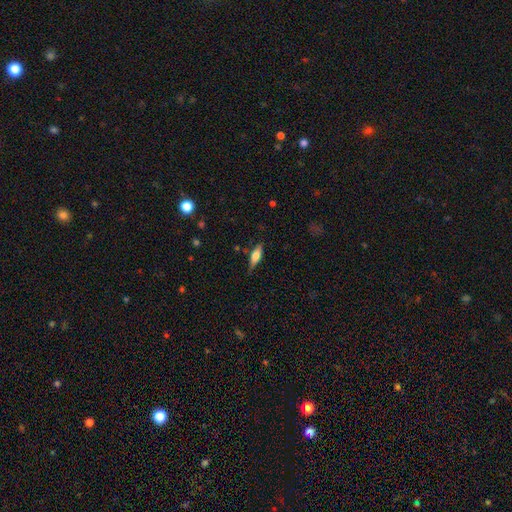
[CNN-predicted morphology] smooth_or_featured: smooth (p=0.56) [alt: featured or disk p=0.37]
how_rounded: in between (p=0.55) [alt: cigar-shaped p=0.42]
merging: none (p=0.74) [alt: minor disturbance p=0.19]